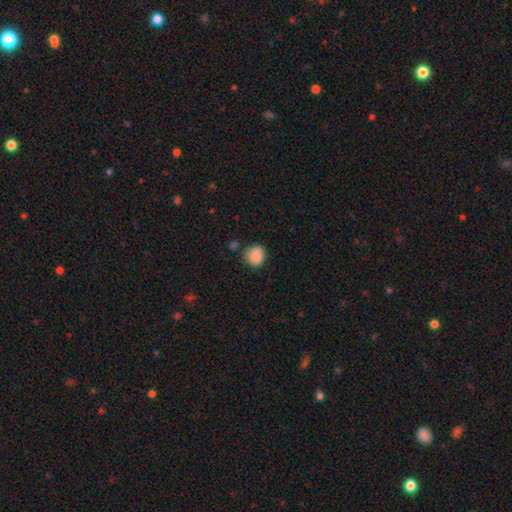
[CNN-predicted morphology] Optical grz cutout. It shows a smooth galaxy with no disk features (87%) that is round (77%). Merging: none (69%).